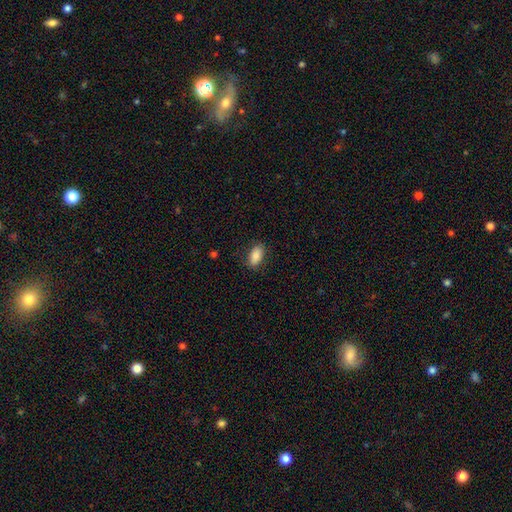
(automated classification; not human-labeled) Morphology: type=smooth (86%); roundness=in between (92%); merging=none (84%).